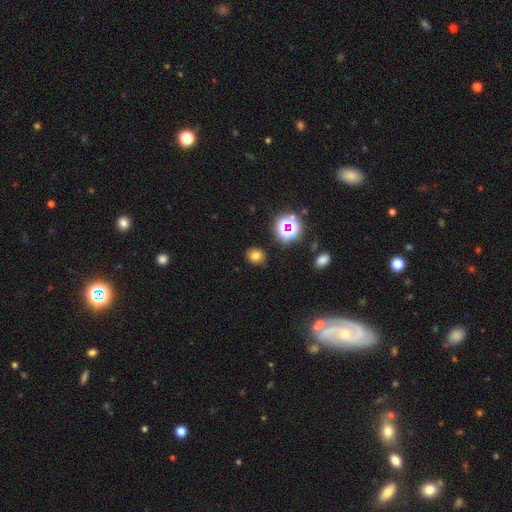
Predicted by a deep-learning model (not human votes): Smooth or featured?
  - smooth: 71% *
  - star or artifact: 21%
  - featured or disk: 8%
How rounded?
  - round: 69% *
  - in between: 30%
  - cigar-shaped: 1%
Merging?
  - none: 86% *
  - minor disturbance: 9%
  - major disturbance: 3%
  - merger: 2%